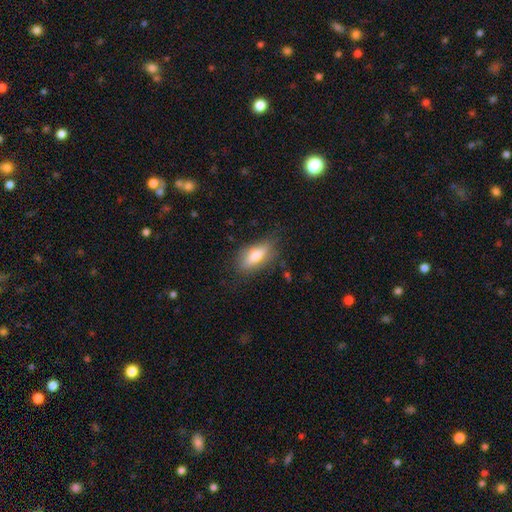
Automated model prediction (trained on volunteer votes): Q: Smooth or featured?
A: smooth (70%); runner-up: featured or disk (22%)
Q: How rounded?
A: in between (73%); runner-up: cigar-shaped (24%)
Q: Merging?
A: none (71%); runner-up: minor disturbance (21%)